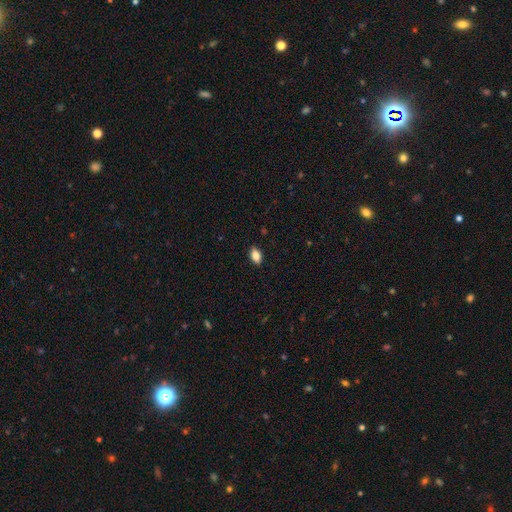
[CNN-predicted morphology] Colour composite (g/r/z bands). It shows a smooth galaxy with no disk features (83%) that is in between round and cigar-shaped (89%). Merging: none (87%).